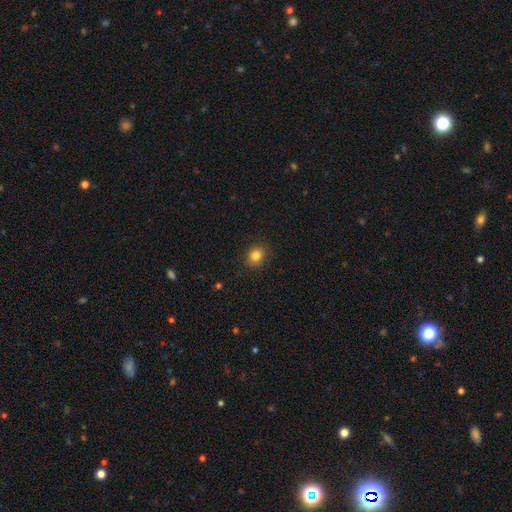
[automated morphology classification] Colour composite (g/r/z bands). It shows a smooth galaxy with no disk features (83%) that is round (57%). Merging: none (87%).